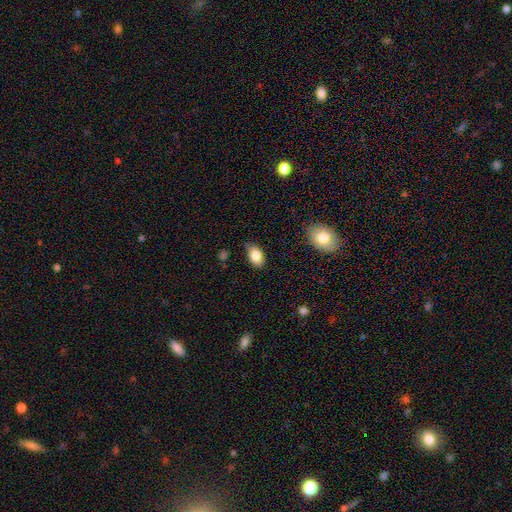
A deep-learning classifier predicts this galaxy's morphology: Overall: smooth (85%). How rounded: in between (90%). Merging: none (76%).